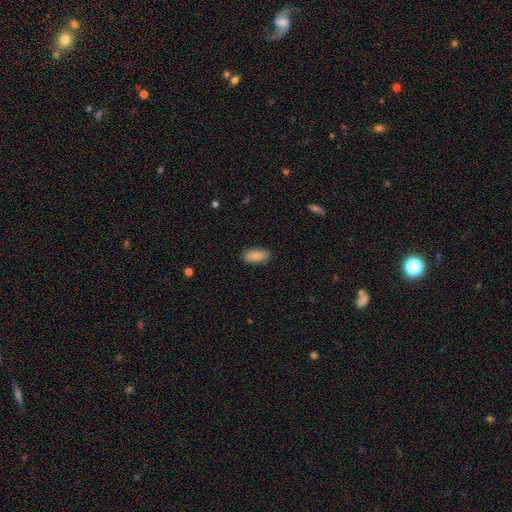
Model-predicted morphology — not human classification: A smooth galaxy with no disk features (89%) that is in between round and cigar-shaped (92%). Merging: none (88%).